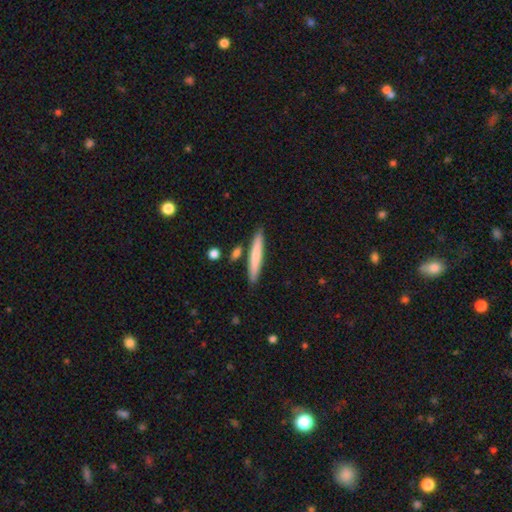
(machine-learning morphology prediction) This is likely a smooth galaxy (73%). How rounded: clearly cigar-shaped (94%). Merging: clearly none (85%).